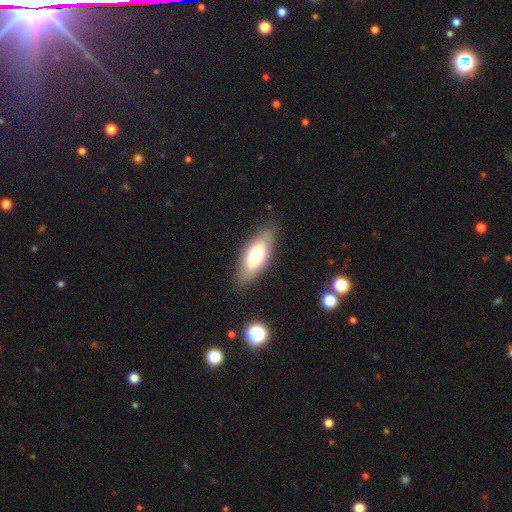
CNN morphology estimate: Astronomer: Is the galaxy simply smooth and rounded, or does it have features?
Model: smooth — 64%.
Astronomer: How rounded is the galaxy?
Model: in between — 76%.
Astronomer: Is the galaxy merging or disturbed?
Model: none — 83%.